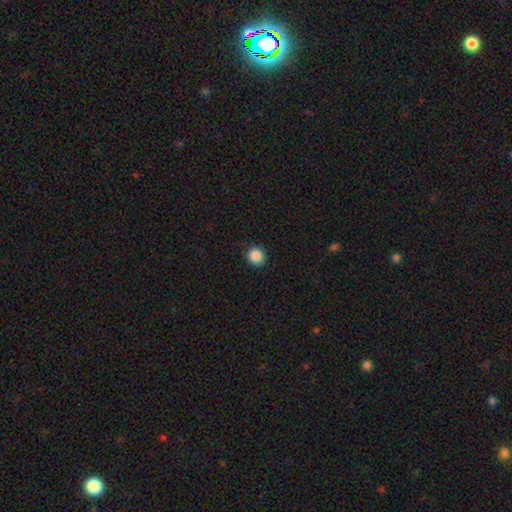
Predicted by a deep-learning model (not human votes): This is clearly a smooth galaxy (88%). How rounded: clearly round (92%). Merging: clearly none (91%).